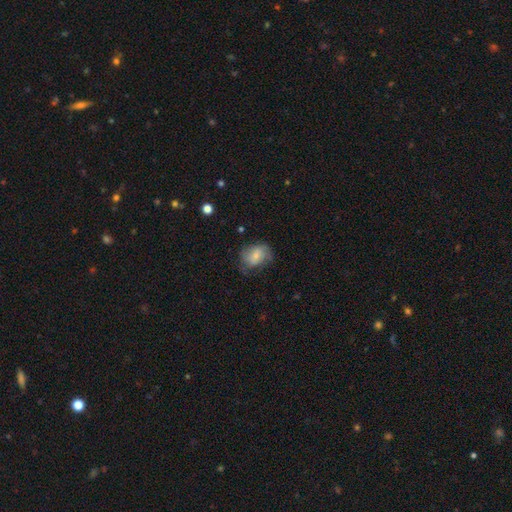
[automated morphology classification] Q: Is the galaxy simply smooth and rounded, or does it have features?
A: smooth — 67%.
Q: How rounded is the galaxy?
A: in between — 63%.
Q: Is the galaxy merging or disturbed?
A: none — 54%.